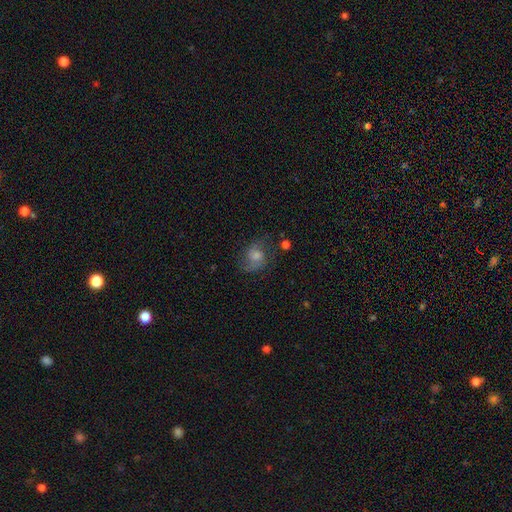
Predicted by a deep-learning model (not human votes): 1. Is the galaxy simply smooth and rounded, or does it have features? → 60% featured or disk, 25% smooth, 15% star or artifact.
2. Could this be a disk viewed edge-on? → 97% no, 3% yes.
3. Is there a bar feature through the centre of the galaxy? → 64% no, 31% weak, 5% strong.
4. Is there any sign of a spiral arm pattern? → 90% yes, 10% no.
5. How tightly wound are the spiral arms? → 48% medium, 35% loose, 17% tight.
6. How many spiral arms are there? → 82% 2, 8% can't tell, 6% 1, 2% 3, 1% 4, 1% more than 4.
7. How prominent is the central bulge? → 49% moderate, 28% small, 13% large, 7% none, 2% dominant.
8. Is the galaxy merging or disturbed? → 70% none, 18% minor disturbance, 10% major disturbance, 2% merger.